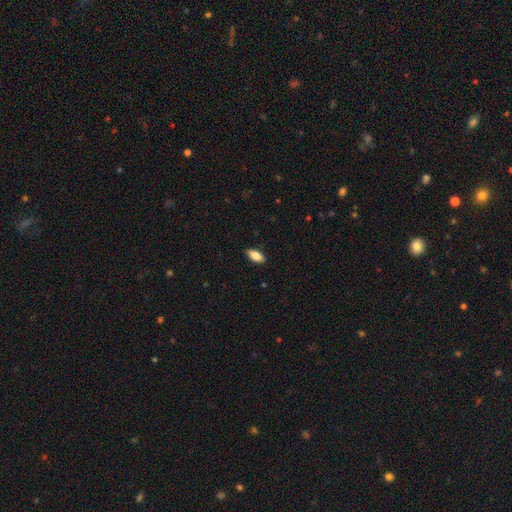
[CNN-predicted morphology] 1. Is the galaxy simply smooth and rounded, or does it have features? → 84% smooth, 10% featured or disk, 7% star or artifact.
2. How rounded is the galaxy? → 89% in between, 9% cigar-shaped, 2% round.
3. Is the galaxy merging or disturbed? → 90% none, 8% minor disturbance, 2% major disturbance, 1% merger.